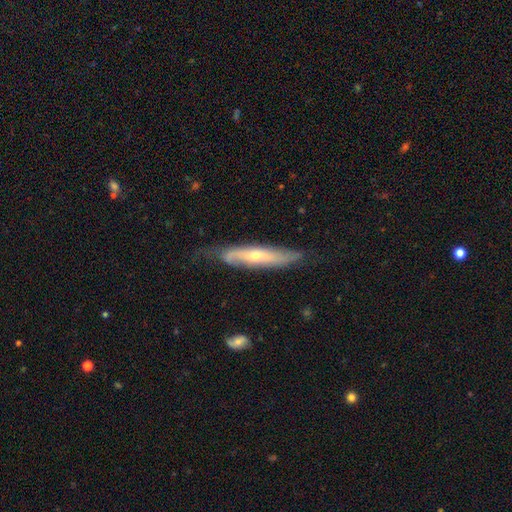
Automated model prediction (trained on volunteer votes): smooth-or-featured: featured or disk: 66% | smooth: 28% | star or artifact: 6%
  disk-edge-on: yes: 53% | no: 47%
  merging: none: 63% | minor disturbance: 26% | major disturbance: 9% | merger: 2%